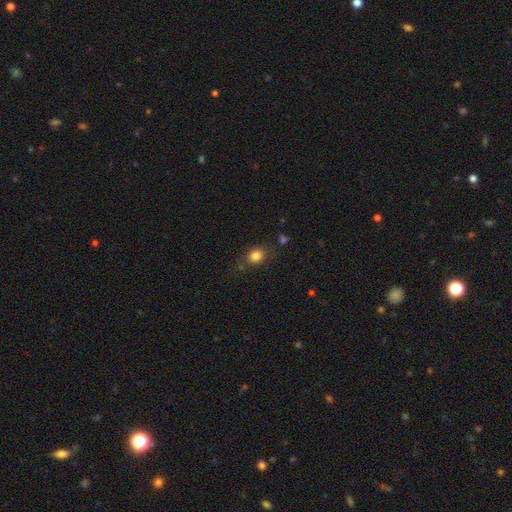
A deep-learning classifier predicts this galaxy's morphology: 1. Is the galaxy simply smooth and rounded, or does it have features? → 82% smooth, 11% star or artifact, 7% featured or disk.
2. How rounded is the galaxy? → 53% round, 46% in between, 1% cigar-shaped.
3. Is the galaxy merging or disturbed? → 72% none, 17% minor disturbance, 6% major disturbance, 4% merger.